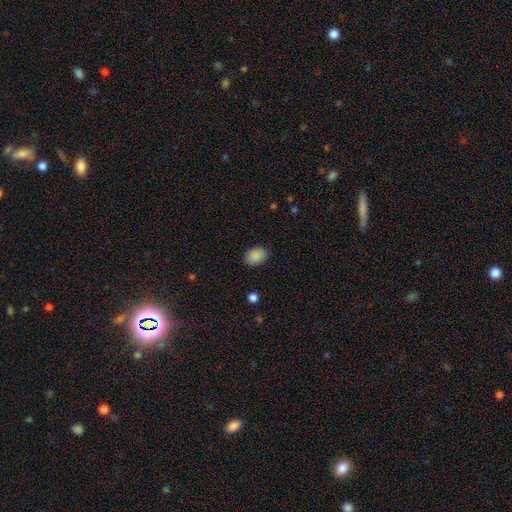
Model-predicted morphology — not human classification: A smooth galaxy with no disk features (89%) that is in between round and cigar-shaped (78%).

Vote fractions:
- Smooth or featured? smooth: 89% / star or artifact: 8% / featured or disk: 3%
- How rounded? in between: 78% / round: 21% / cigar-shaped: 1%
- Merging? none: 86% / minor disturbance: 10% / major disturbance: 3% / merger: 1%